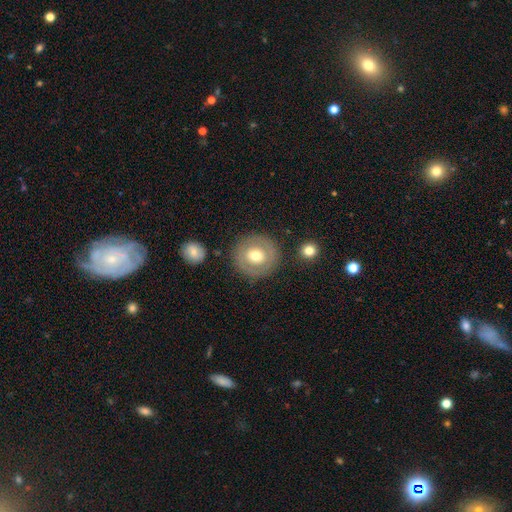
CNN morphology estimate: A smooth galaxy with no disk features (52%) that is round (91%). Merging: none (84%).